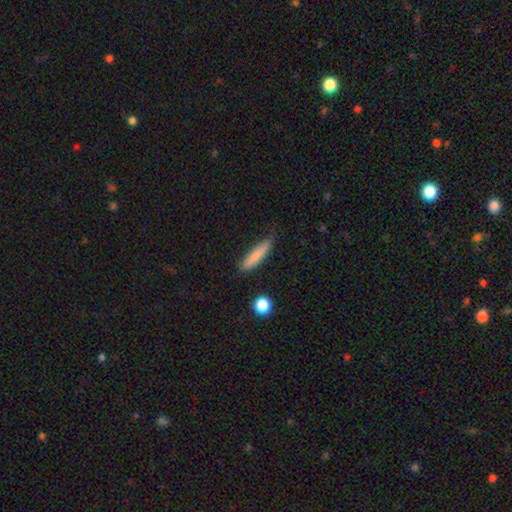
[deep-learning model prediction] A smooth galaxy with no disk features (80%) that is cigar-shaped (85%). Merging: none (82%).